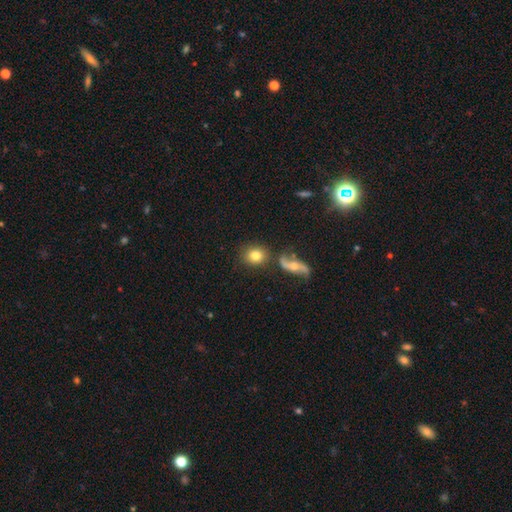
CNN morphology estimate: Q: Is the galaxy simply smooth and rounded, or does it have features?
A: smooth — 79%.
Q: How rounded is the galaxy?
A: round — 70%.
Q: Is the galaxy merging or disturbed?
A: none — 75%.